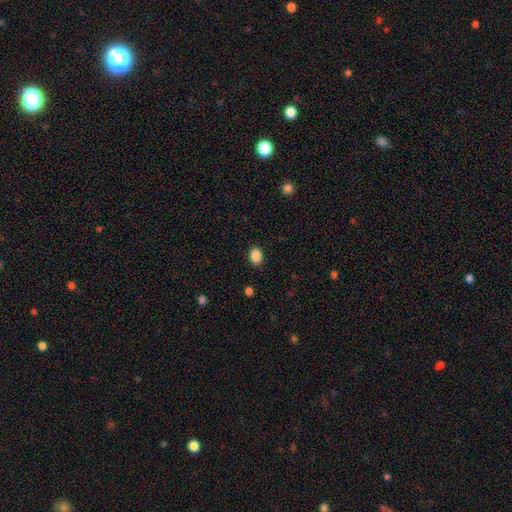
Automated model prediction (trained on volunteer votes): Smooth or featured? smooth (89%)
How rounded? in between (79%)
Merging? none (88%)